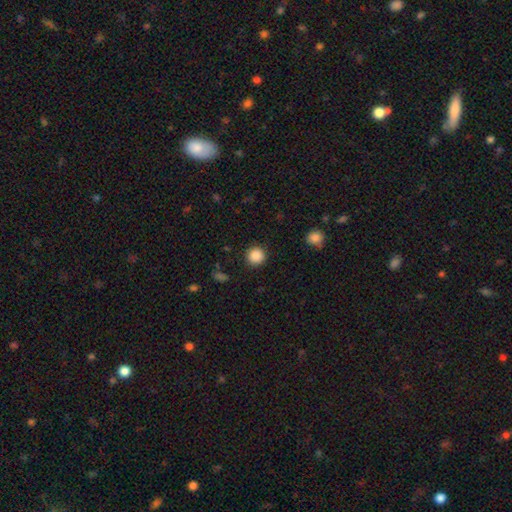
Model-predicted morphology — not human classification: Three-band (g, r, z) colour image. It shows a smooth galaxy with no disk features (88%) that is round (94%). Merging: none (91%).